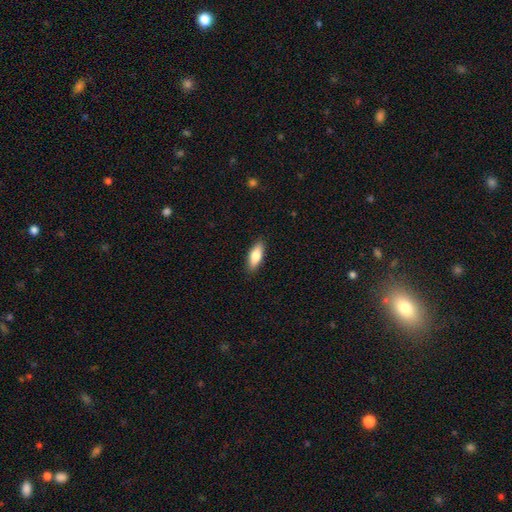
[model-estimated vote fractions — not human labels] A smooth galaxy with no disk features (79%) that is in between round and cigar-shaped (66%).

Vote fractions:
- Smooth or featured? smooth: 79% / featured or disk: 16% / star or artifact: 6%
- How rounded? in between: 66% / cigar-shaped: 32% / round: 2%
- Merging? none: 89% / minor disturbance: 8% / major disturbance: 2% / merger: 1%